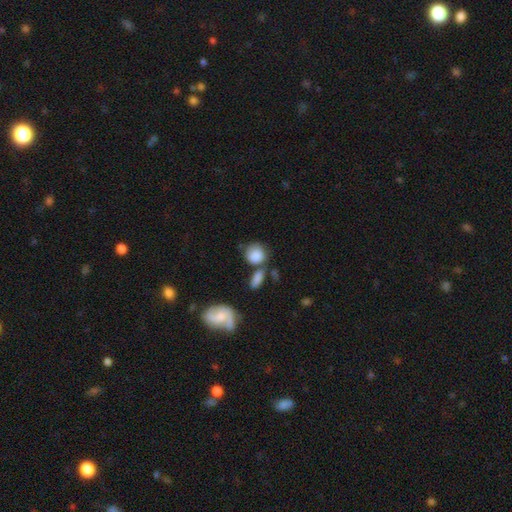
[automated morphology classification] The model was most divided on "merging": none: 55%, minor disturbance: 19%, merger: 19%, major disturbance: 7%. More confident: smooth or featured — smooth (82%); how rounded — round (76%).